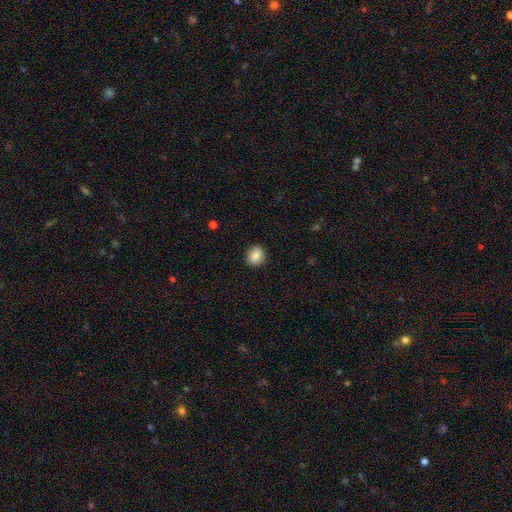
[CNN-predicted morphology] smooth-or-featured: smooth: 86% | star or artifact: 8% | featured or disk: 5%
  how-rounded: round: 70% | in between: 29% | cigar-shaped: 1%
  merging: none: 89% | minor disturbance: 8% | major disturbance: 2% | merger: 1%